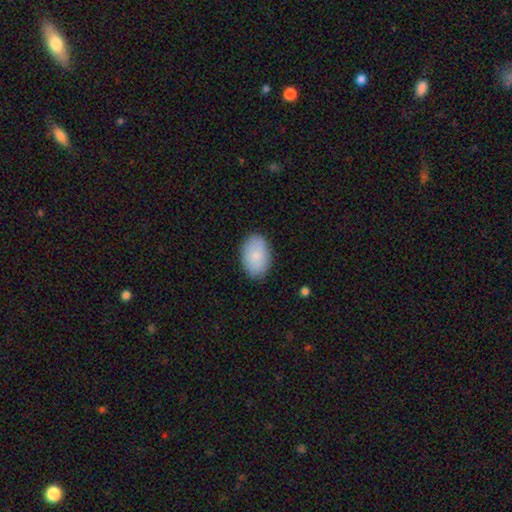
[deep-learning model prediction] The model was most divided on "merging": none: 86%, minor disturbance: 11%, major disturbance: 2%, merger: 1%. More confident: how rounded — in between (89%); smooth or featured — smooth (85%).